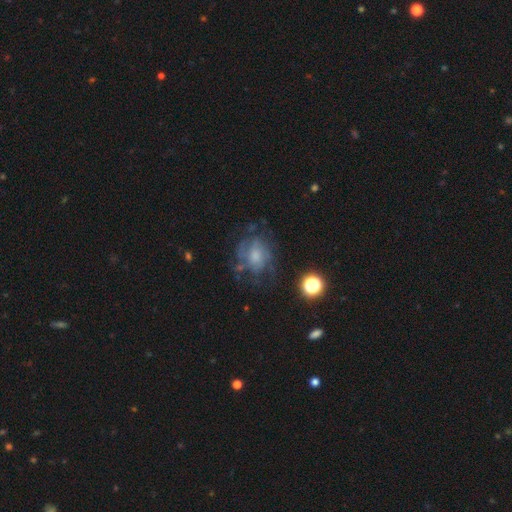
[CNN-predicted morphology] type=featured or disk (57%); edge-on=no (97%); bar=no (73%); spiral arms=yes (63%); bulge=moderate (41%); merging=none (54%).